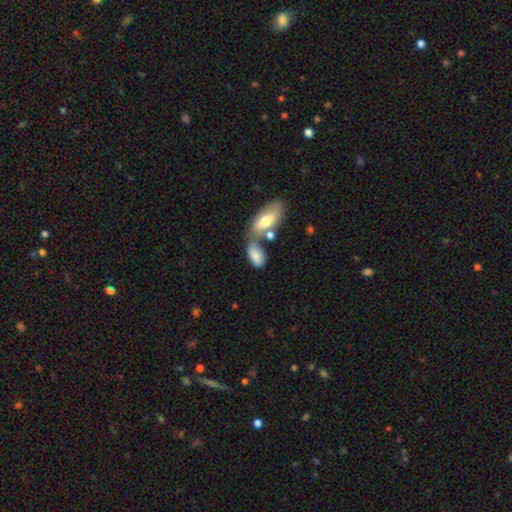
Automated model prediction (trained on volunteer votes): Smooth or featured? smooth (78%)
How rounded? in between (91%)
Merging? merger (43%)